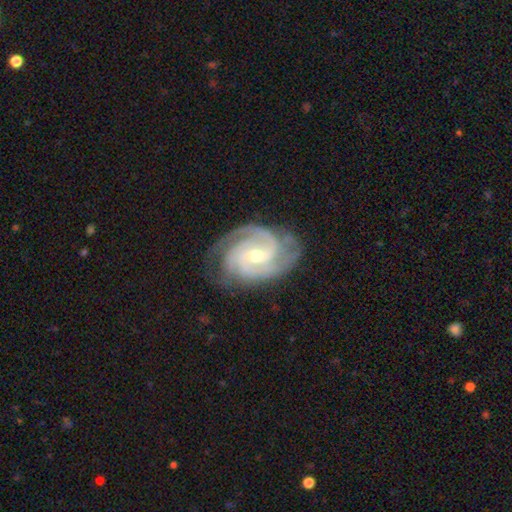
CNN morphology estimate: Smooth or featured: featured or disk — 92% (star or artifact — 4%)
Edge-on disk: no — 97% (yes — 3%)
Bar: weak — 45% (no — 39%)
Spiral arms: yes — 98% (no — 2%)
Spiral winding: tight — 64% (medium — 32%)
Spiral arm count: 3 — 42% (2 — 20%)
Bulge size: small — 52% (moderate — 46%)
Merging: none — 77% (minor disturbance — 17%)